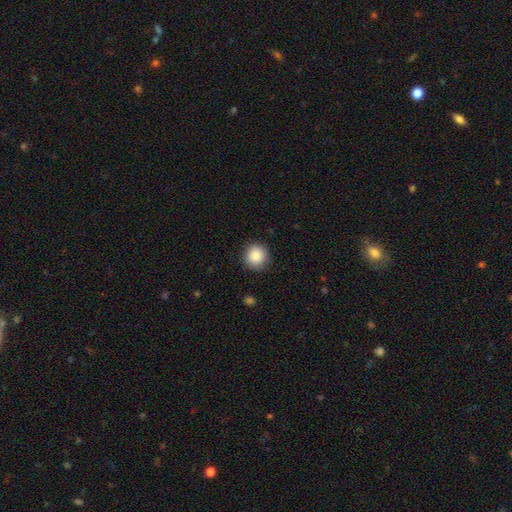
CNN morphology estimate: smooth-or-featured: smooth: 88% | star or artifact: 9% | featured or disk: 4%
  how-rounded: round: 92% | in between: 7% | cigar-shaped: 1%
  merging: none: 89% | minor disturbance: 7% | major disturbance: 2% | merger: 1%